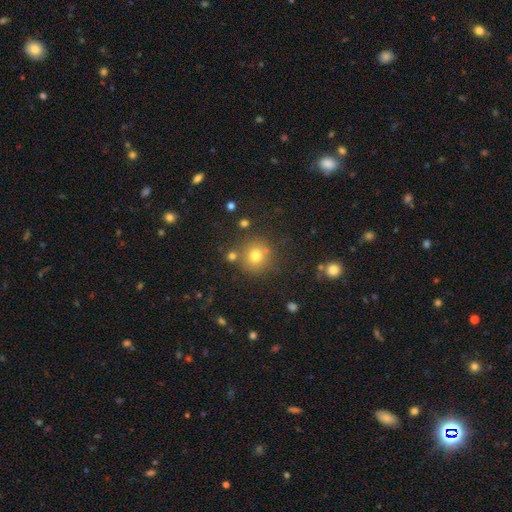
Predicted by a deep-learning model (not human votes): This appears to be a smooth galaxy with no disk features (74%) that is round (93%). Merging: none (80%).